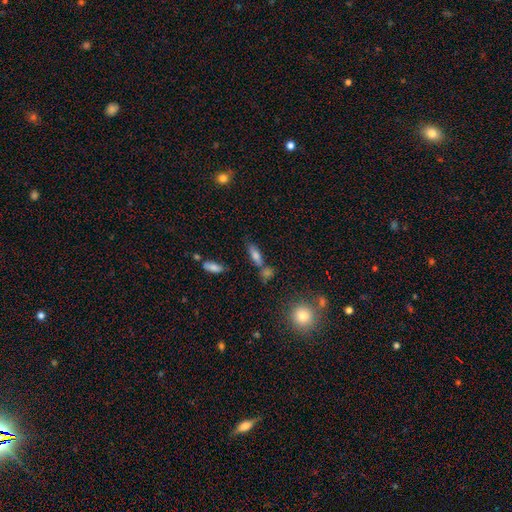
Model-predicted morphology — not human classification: smooth-or-featured: smooth: 69% | featured or disk: 19% | star or artifact: 12%
  how-rounded: in between: 55% | cigar-shaped: 41% | round: 4%
  merging: none: 57% | merger: 23% | minor disturbance: 15% | major disturbance: 5%